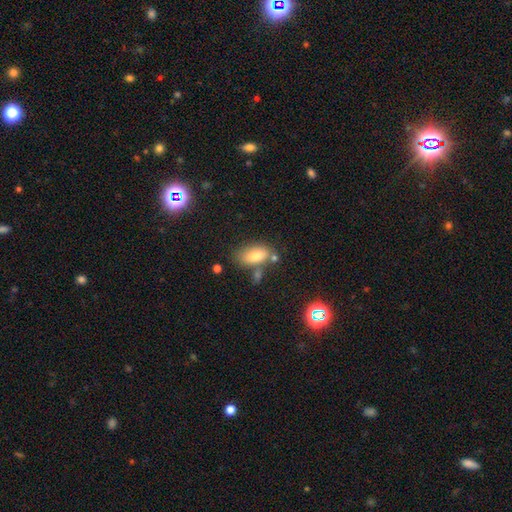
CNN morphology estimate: This appears to be a smooth galaxy with no disk features (79%) that is in between round and cigar-shaped (91%). Merging: none (61%).